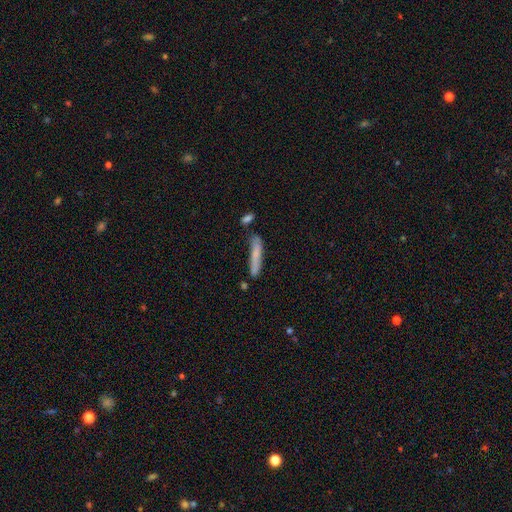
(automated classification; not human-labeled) smooth-or-featured: smooth: 69% | featured or disk: 24% | star or artifact: 7%
  how-rounded: cigar-shaped: 92% | in between: 7% | round: 2%
  merging: none: 67% | minor disturbance: 18% | merger: 10% | major disturbance: 5%